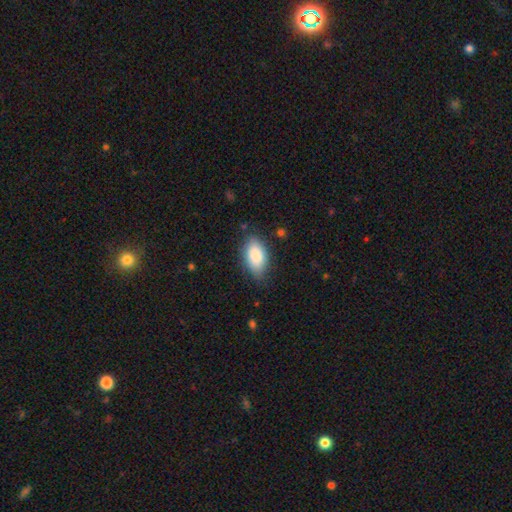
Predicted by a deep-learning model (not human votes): A smooth galaxy with no disk features (87%) that is in between round and cigar-shaped (93%). Merging: none (77%).